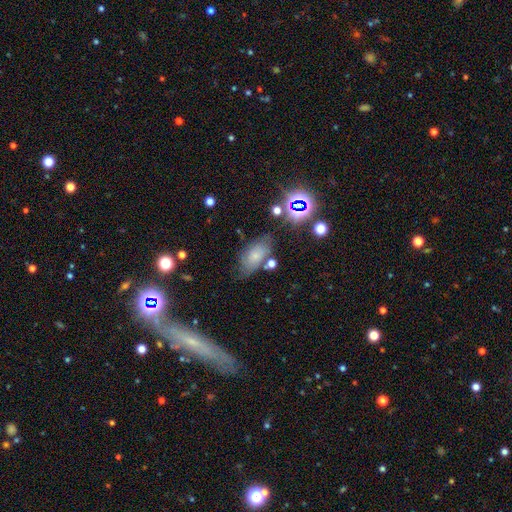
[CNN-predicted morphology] type=smooth (58%); roundness=in between (87%); merging=none (62%).